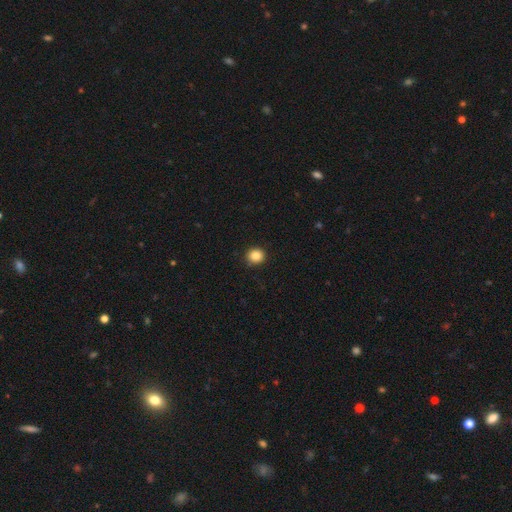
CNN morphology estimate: Q: Smooth or featured?
A: smooth (86%); runner-up: star or artifact (10%)
Q: How rounded?
A: round (87%); runner-up: in between (12%)
Q: Merging?
A: none (91%); runner-up: minor disturbance (7%)